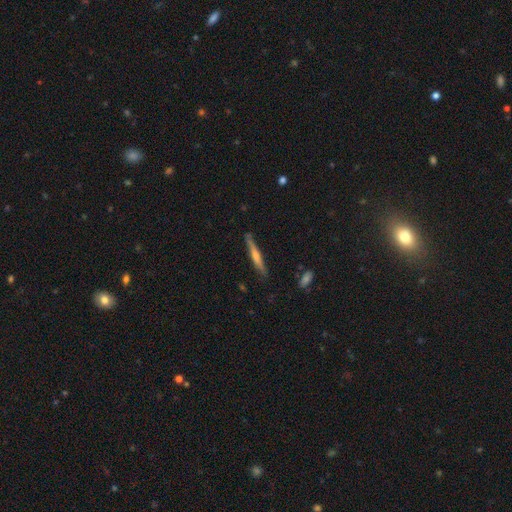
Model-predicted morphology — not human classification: smooth-or-featured: featured or disk: 65% | smooth: 28% | star or artifact: 7%
  disk-edge-on: yes: 97% | no: 3%
    edge-on-bulge: rounded: 72% | none: 19% | boxy: 9%
  merging: none: 88% | minor disturbance: 9% | major disturbance: 2% | merger: 1%